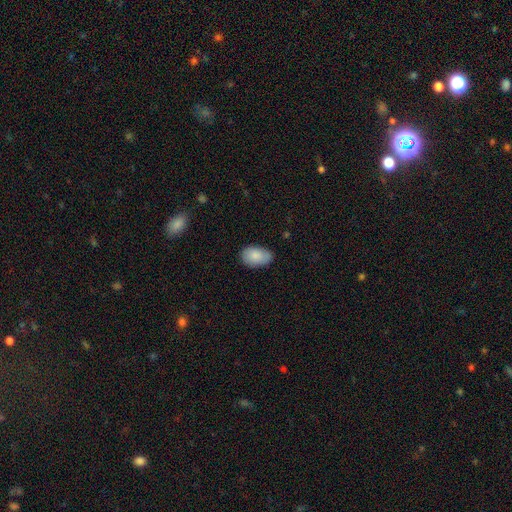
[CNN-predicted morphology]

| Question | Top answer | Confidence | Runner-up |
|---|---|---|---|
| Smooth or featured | smooth | 85% | featured or disk (9%) |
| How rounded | in between | 92% | round (7%) |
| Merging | none | 75% | minor disturbance (20%) |